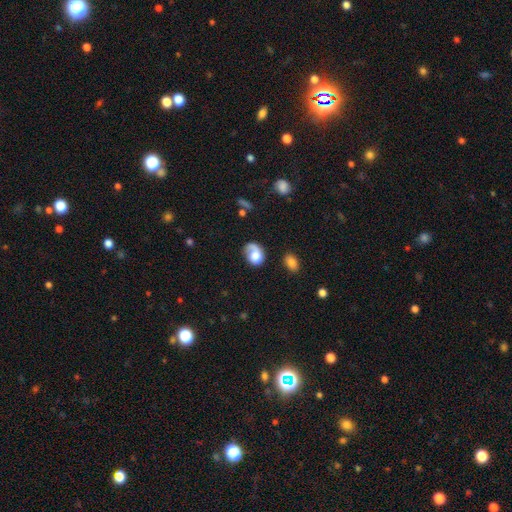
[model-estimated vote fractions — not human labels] Smooth or featured? smooth (57%)
How rounded? in between (52%)
Merging? none (43%)